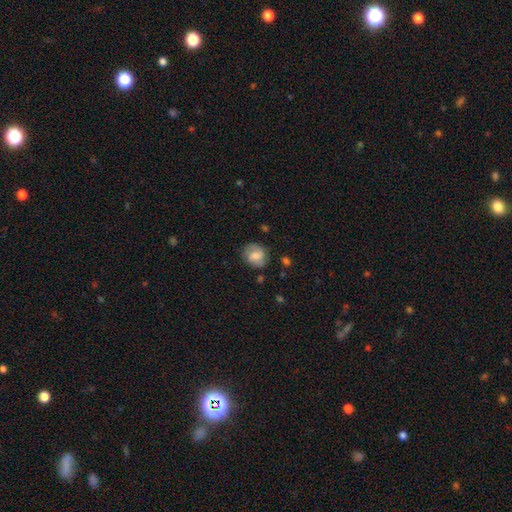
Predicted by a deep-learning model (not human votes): Smooth or featured? smooth (63%)
How rounded? round (70%)
Merging? none (73%)